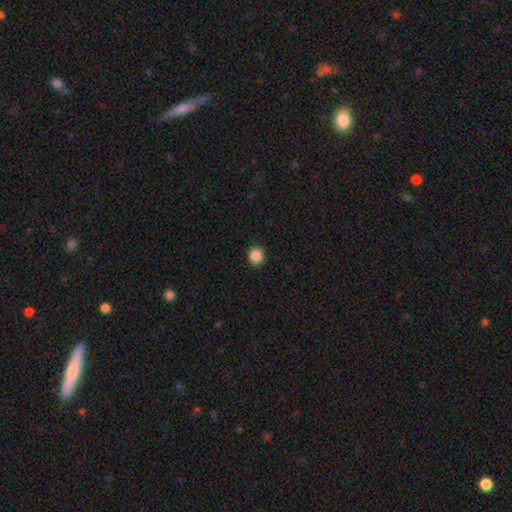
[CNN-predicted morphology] smooth 87%, star or artifact 10%, featured or disk 3%. Down the decision tree: how rounded — round (86%); merging — none (91%).